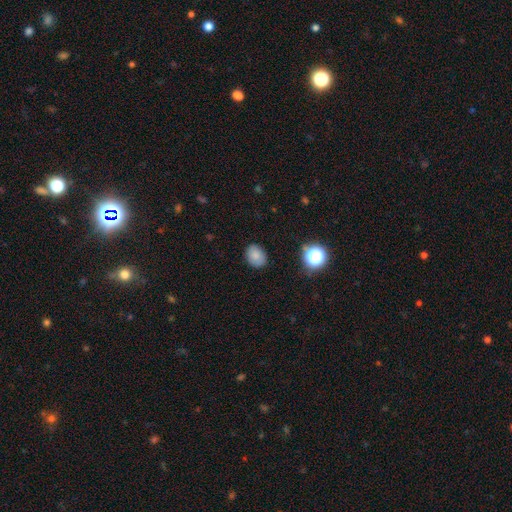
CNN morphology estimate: smooth 81%, star or artifact 12%, featured or disk 7%. Down the decision tree: how rounded — in between (58%); merging — none (83%).